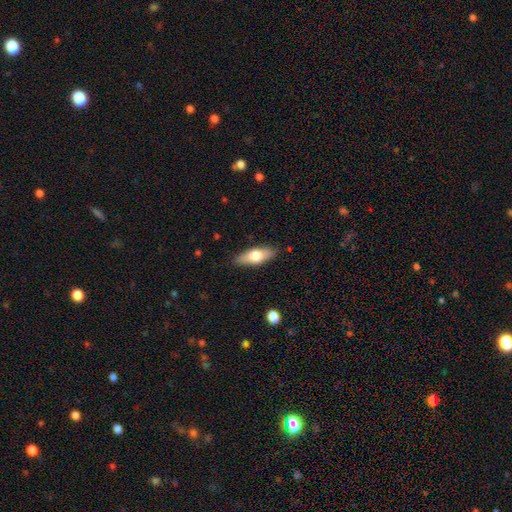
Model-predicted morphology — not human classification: A smooth galaxy with no disk features (66%) that is in between round and cigar-shaped (69%). Merging: none (87%).